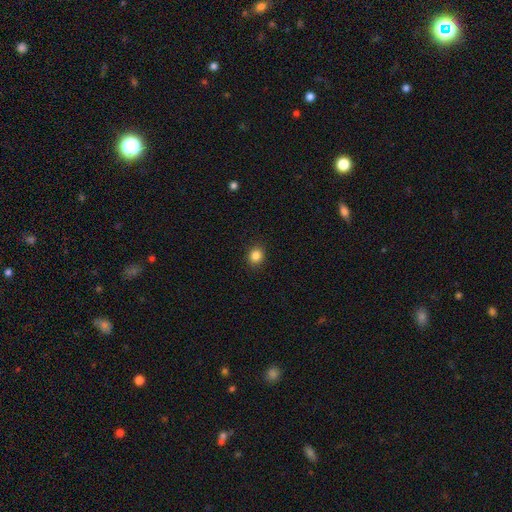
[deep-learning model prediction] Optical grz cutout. It shows a smooth galaxy with no disk features (85%) that is round (78%). Merging: none (90%).